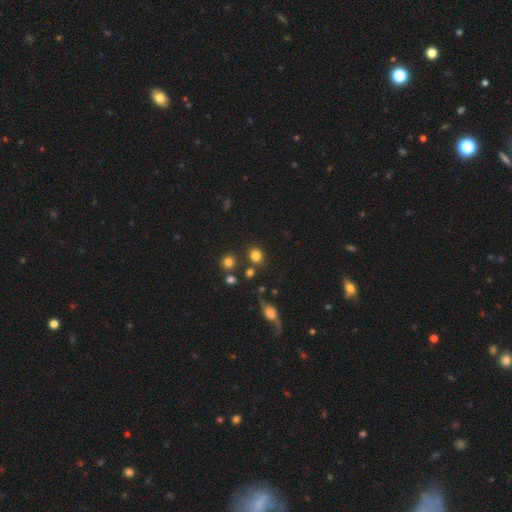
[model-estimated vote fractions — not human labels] smooth-or-featured: smooth: 81% | star or artifact: 13% | featured or disk: 6%
  how-rounded: round: 80% | in between: 19% | cigar-shaped: 1%
  merging: none: 79% | minor disturbance: 9% | merger: 8% | major disturbance: 4%